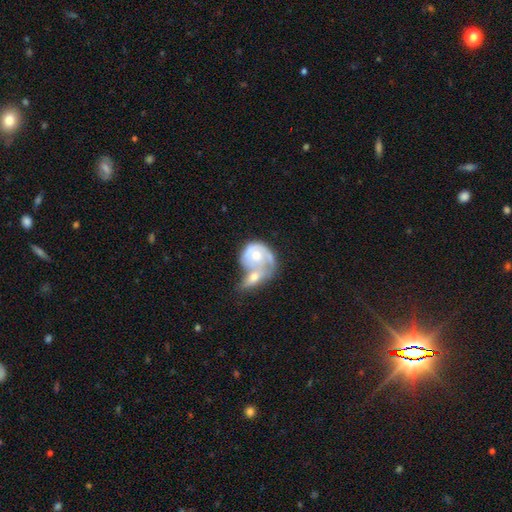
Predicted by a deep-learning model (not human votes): smooth_or_featured: featured or disk (p=0.60) [alt: smooth p=0.34]
disk_edge_on: no (p=0.97) [alt: yes p=0.03]
bar: no (p=0.83) [alt: weak p=0.14]
has_spiral_arms: yes (p=0.55) [alt: no p=0.45]
bulge_size: moderate (p=0.59) [alt: small p=0.22]
merging: merger (p=0.65) [alt: none p=0.14]